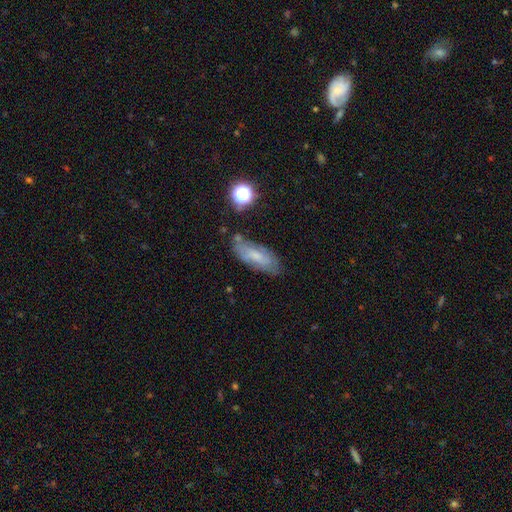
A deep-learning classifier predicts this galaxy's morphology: A smooth galaxy with no disk features (50%).

Vote fractions:
- Smooth or featured? smooth: 50% / featured or disk: 40% / star or artifact: 11%
- Merging? none: 66% / minor disturbance: 23% / major disturbance: 7% / merger: 4%